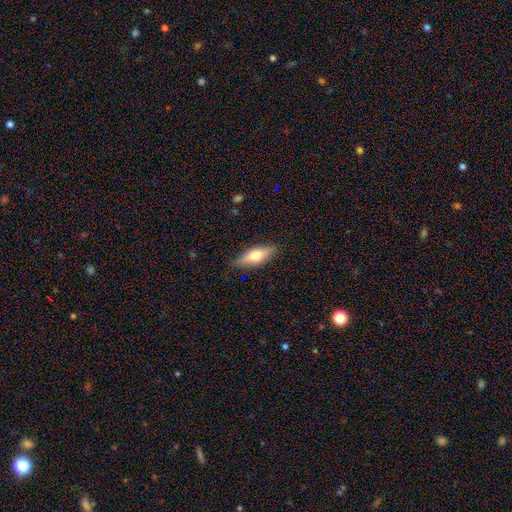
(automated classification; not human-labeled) Overall: smooth (53%; featured or disk 40%). How rounded: in between (62%; cigar-shaped 35%). Merging: none (85%).